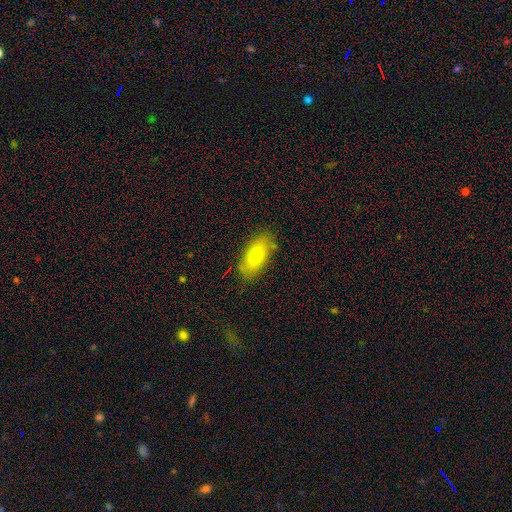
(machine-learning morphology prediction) The model was most divided on "smooth or featured": smooth: 75%, featured or disk: 18%, star or artifact: 7%. More confident: how rounded — in between (89%); merging — none (81%).